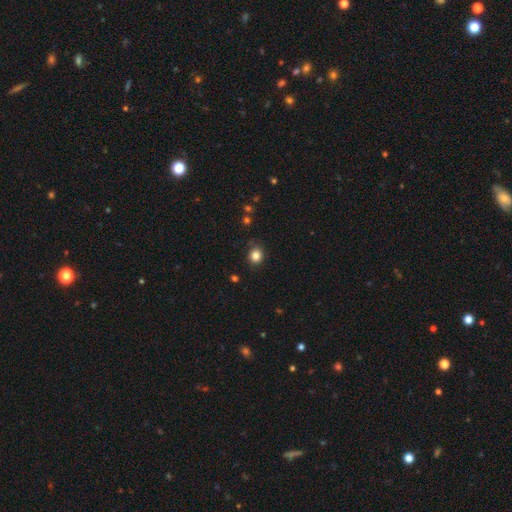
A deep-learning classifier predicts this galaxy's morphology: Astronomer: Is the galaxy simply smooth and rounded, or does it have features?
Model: smooth — 84%.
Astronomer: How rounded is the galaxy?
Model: round — 77%.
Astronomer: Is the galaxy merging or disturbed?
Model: none — 84%.